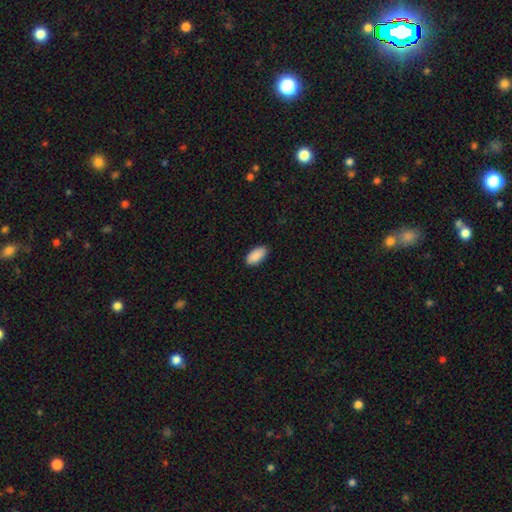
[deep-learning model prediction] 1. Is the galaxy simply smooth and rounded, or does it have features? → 91% smooth, 6% star or artifact, 3% featured or disk.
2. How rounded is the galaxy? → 94% in between, 4% cigar-shaped, 2% round.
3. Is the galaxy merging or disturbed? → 89% none, 9% minor disturbance, 2% major disturbance, 1% merger.